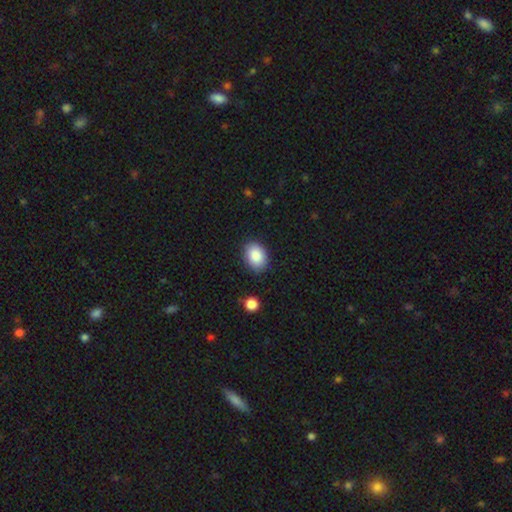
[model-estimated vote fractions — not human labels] Smooth or featured? smooth (87%)
How rounded? in between (78%)
Merging? none (85%)